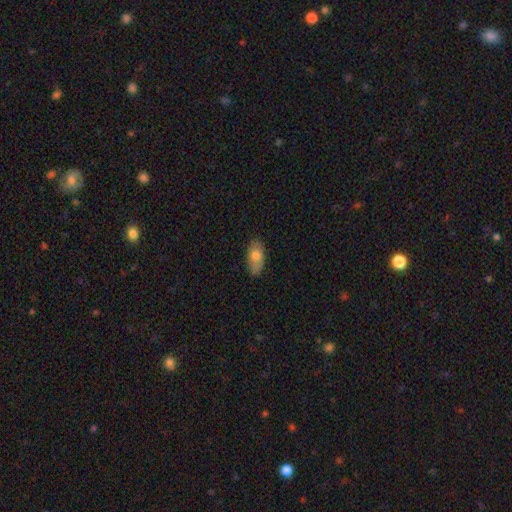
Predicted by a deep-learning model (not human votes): Q: Smooth or featured?
A: smooth (69%); runner-up: featured or disk (24%)
Q: How rounded?
A: in between (91%); runner-up: cigar-shaped (5%)
Q: Merging?
A: none (79%); runner-up: minor disturbance (17%)